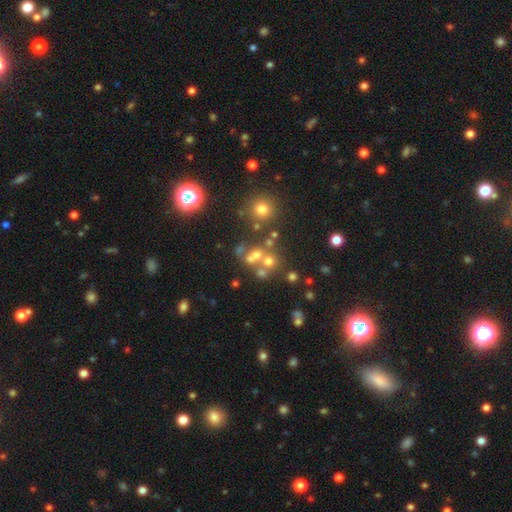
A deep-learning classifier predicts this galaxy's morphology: Smooth or featured? smooth (48%)
Merging? none (46%)